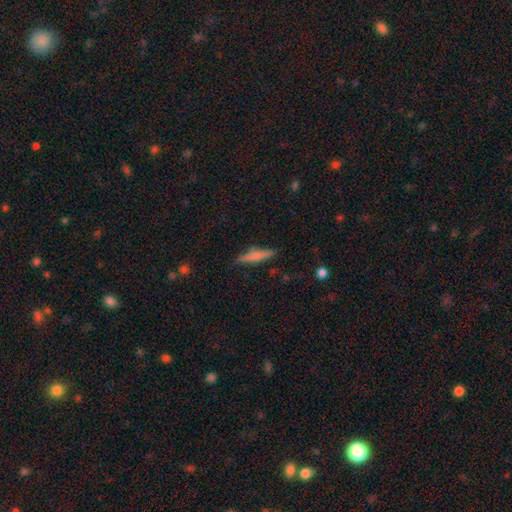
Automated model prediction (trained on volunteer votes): A smooth galaxy with no disk features (60%) that is cigar-shaped (86%). Merging: none (82%).